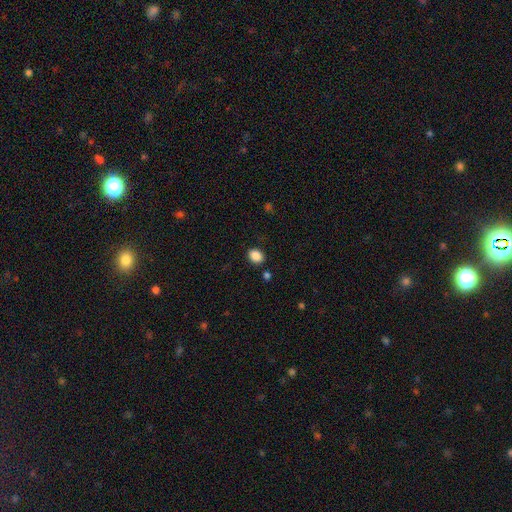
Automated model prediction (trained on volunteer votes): This appears to be a smooth galaxy with no disk features (87%) that is in between round and cigar-shaped (59%). Merging: none (85%).